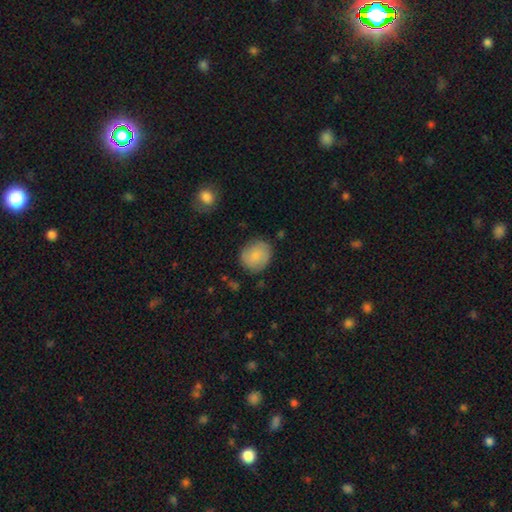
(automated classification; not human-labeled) smooth-or-featured: smooth: 78% | featured or disk: 15% | star or artifact: 7%
  how-rounded: round: 79% | in between: 20% | cigar-shaped: 1%
  merging: none: 79% | minor disturbance: 16% | major disturbance: 4% | merger: 2%